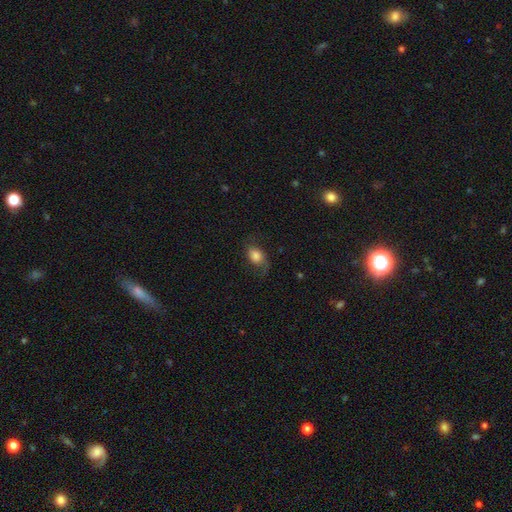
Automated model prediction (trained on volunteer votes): This is possibly a smooth galaxy (59%). How rounded: likely in between (69%). Merging: possibly none (60%).